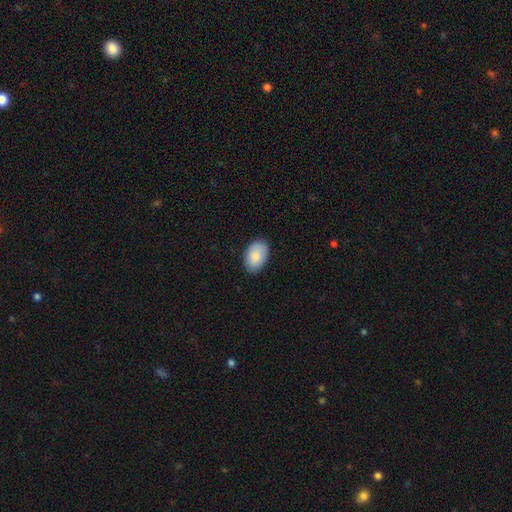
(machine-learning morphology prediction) The model was most divided on "merging": none: 85%, minor disturbance: 12%, major disturbance: 2%, merger: 1%. More confident: how rounded — in between (89%); smooth or featured — smooth (84%).